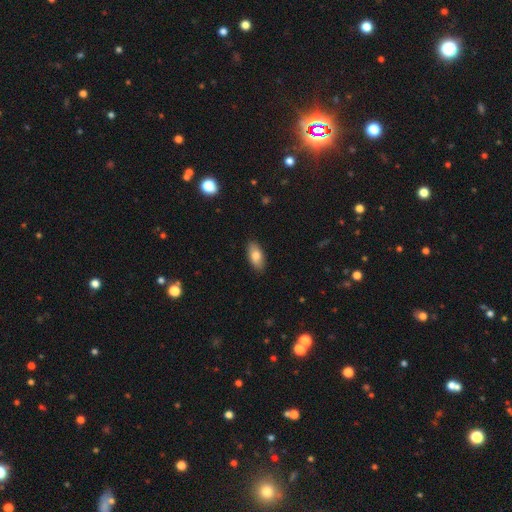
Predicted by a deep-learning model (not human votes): Morphology: type=smooth (81%); roundness=in between (90%); merging=none (88%).